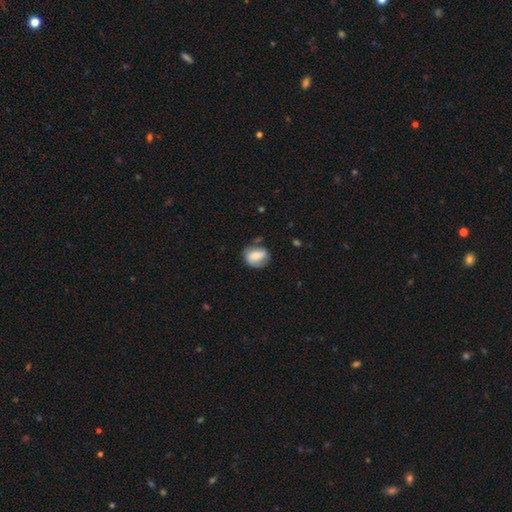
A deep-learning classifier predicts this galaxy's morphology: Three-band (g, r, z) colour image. It shows a smooth galaxy with no disk features (59%) that is round (51%). Merging: none (61%).